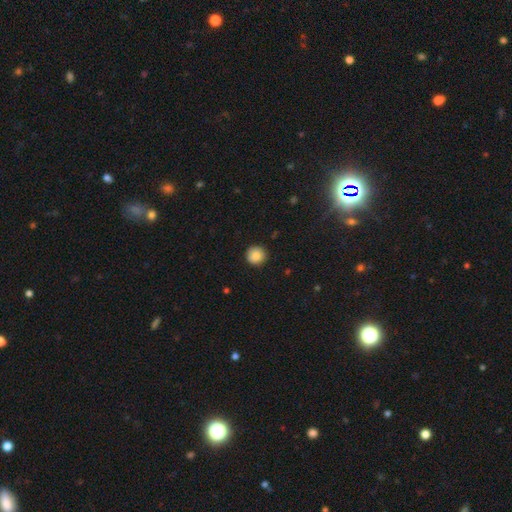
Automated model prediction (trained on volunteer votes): Morphology: type=smooth (86%); roundness=round (95%); merging=none (90%).